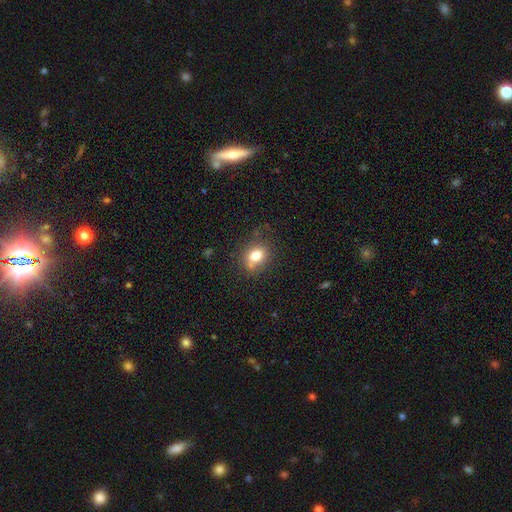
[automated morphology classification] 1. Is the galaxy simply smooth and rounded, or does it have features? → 77% smooth, 12% featured or disk, 11% star or artifact.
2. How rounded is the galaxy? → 54% in between, 45% round, 1% cigar-shaped.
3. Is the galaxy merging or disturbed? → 67% none, 19% minor disturbance, 8% merger, 6% major disturbance.